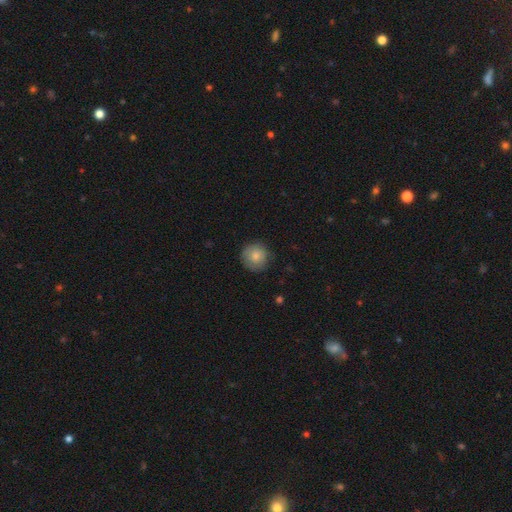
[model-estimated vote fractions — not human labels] This appears to be a smooth galaxy with no disk features (81%) that is round (93%). Merging: none (83%).